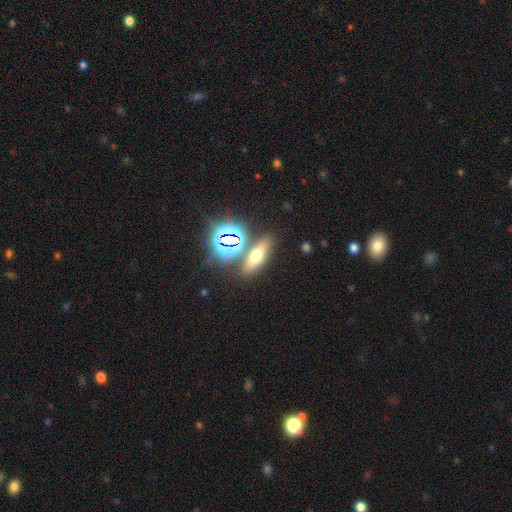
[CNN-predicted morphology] Smooth or featured: smooth — 48% (star or artifact — 28%)
Merging: none — 76% (merger — 11%)